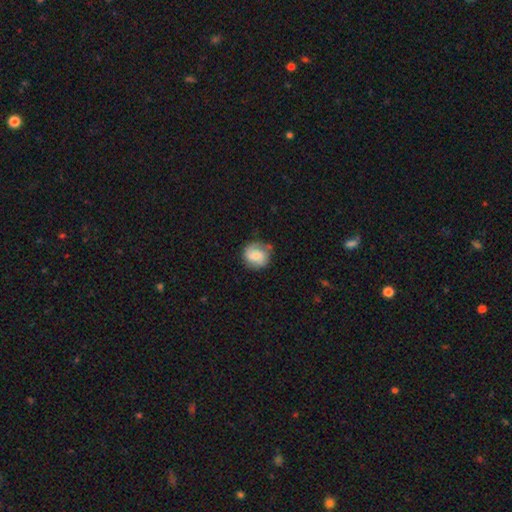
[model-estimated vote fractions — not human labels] The model was most divided on "smooth or featured": smooth: 56%, featured or disk: 37%, star or artifact: 8%. More confident: how rounded — round (82%); merging — none (68%).